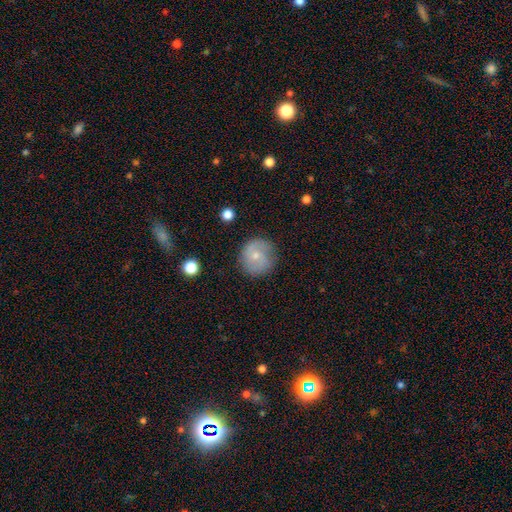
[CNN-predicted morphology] Q: Smooth or featured?
A: smooth (53%); runner-up: featured or disk (39%)
Q: How rounded?
A: round (92%); runner-up: in between (7%)
Q: Merging?
A: none (81%); runner-up: minor disturbance (14%)